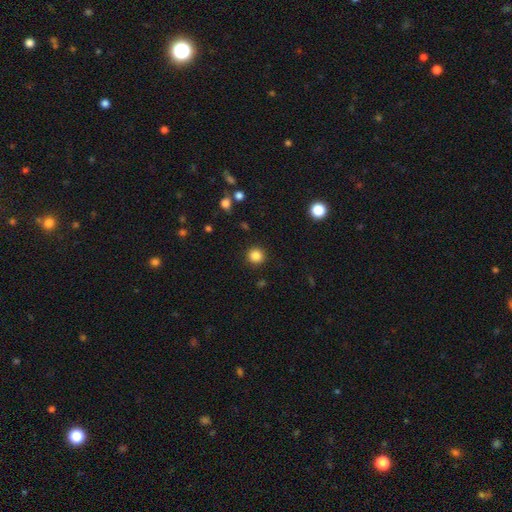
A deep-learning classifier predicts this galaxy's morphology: A smooth galaxy with no disk features (85%) that is round (94%). Merging: none (92%).